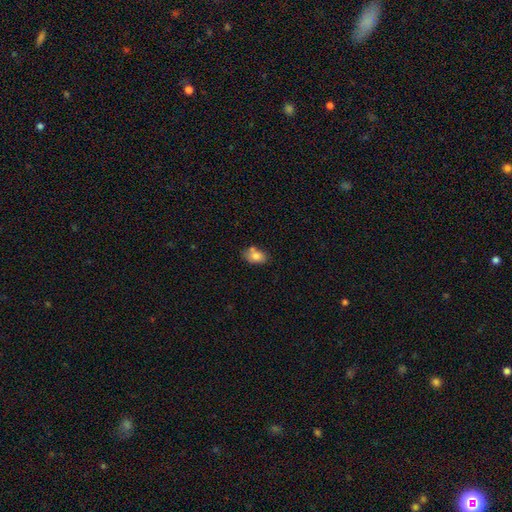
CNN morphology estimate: Q: Smooth or featured?
A: smooth (79%); runner-up: featured or disk (12%)
Q: How rounded?
A: in between (84%); runner-up: round (14%)
Q: Merging?
A: none (62%); runner-up: minor disturbance (18%)